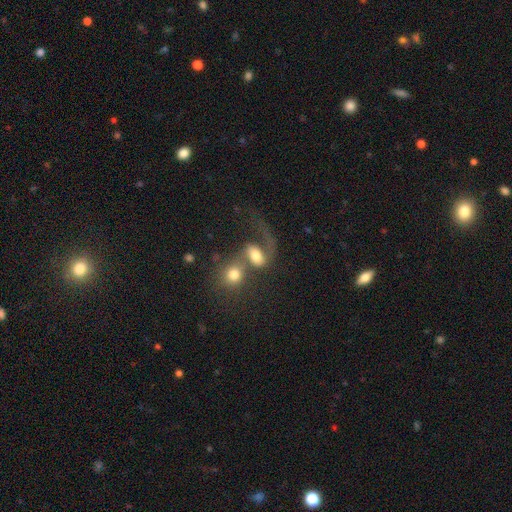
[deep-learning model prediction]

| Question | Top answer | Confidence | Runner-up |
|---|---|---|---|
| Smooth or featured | smooth | 50% | featured or disk (40%) |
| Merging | merger | 60% | major disturbance (17%) |